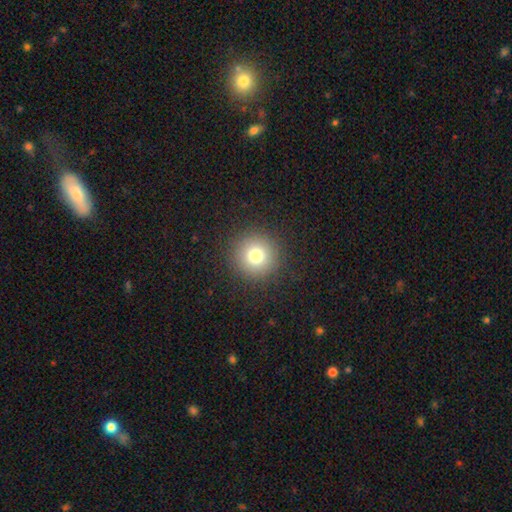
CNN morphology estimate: The model was most divided on "smooth or featured": smooth: 77%, star or artifact: 14%, featured or disk: 9%. More confident: how rounded — round (96%); merging — none (91%).